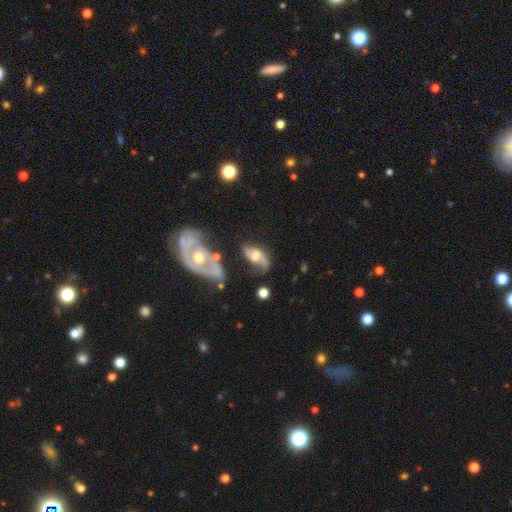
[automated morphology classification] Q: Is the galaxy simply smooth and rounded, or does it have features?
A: featured or disk — 66%.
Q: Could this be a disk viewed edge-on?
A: no — 93%.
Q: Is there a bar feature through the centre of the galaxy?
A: no — 62%.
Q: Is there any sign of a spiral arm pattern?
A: yes — 80%.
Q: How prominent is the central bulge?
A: moderate — 61%.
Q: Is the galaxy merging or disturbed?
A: none — 41%.